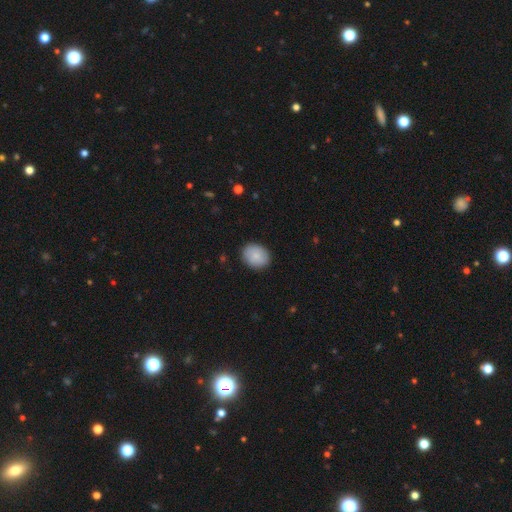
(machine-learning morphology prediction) A smooth galaxy with no disk features (84%) that is round (57%). Merging: none (88%).